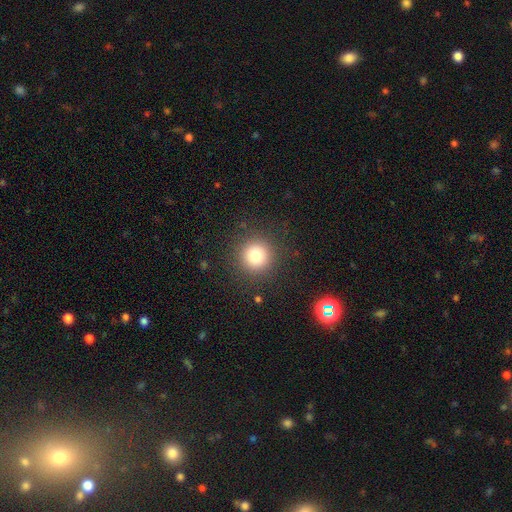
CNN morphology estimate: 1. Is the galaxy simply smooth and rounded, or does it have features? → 78% smooth, 13% star or artifact, 8% featured or disk.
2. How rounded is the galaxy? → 95% round, 4% in between, 1% cigar-shaped.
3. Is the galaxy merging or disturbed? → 90% none, 6% minor disturbance, 3% major disturbance, 1% merger.